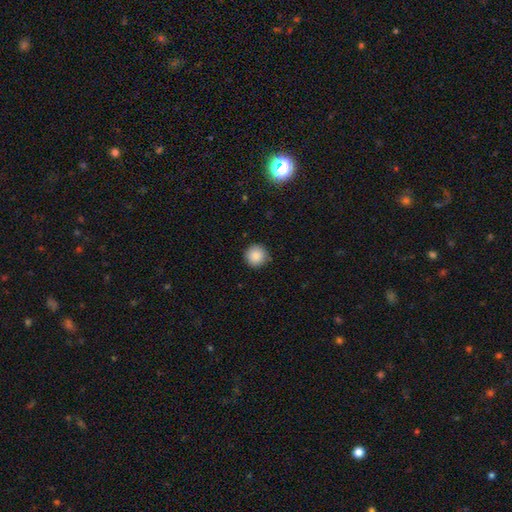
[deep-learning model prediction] smooth 88%, star or artifact 9%, featured or disk 3%. Down the decision tree: how rounded — round (95%); merging — none (87%).